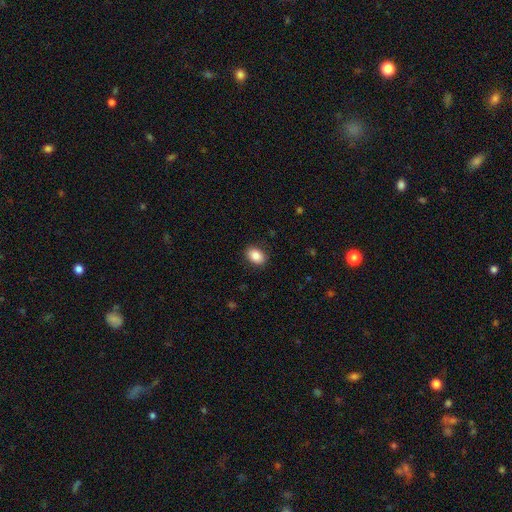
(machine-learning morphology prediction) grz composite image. It shows a smooth galaxy with no disk features (87%) that is in between round and cigar-shaped (79%). Merging: none (89%).